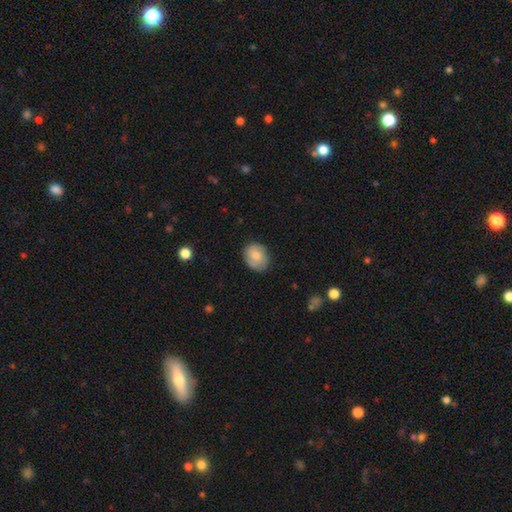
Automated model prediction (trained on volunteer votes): Smooth or featured? smooth (72%)
How rounded? in between (51%)
Merging? none (75%)